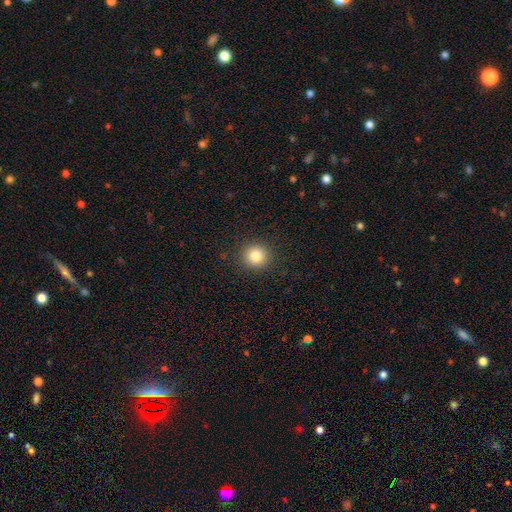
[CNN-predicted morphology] smooth-or-featured: smooth: 84% | star or artifact: 11% | featured or disk: 5%
  how-rounded: round: 91% | in between: 8% | cigar-shaped: 1%
  merging: none: 91% | minor disturbance: 6% | major disturbance: 2% | merger: 1%